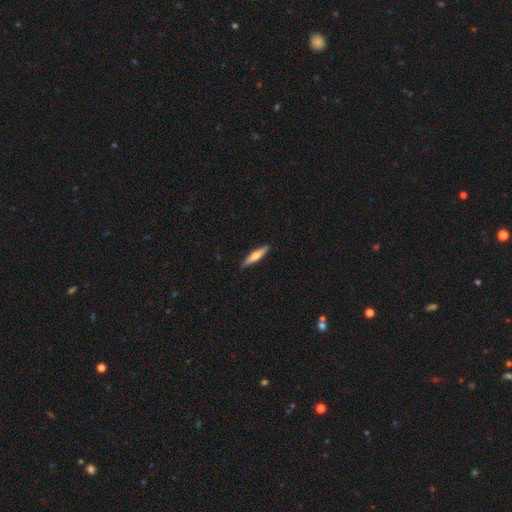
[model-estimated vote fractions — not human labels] Smooth or featured?
  - smooth: 52% *
  - featured or disk: 43%
  - star or artifact: 5%
How rounded?
  - cigar-shaped: 84% *
  - in between: 14%
  - round: 2%
Merging?
  - none: 89% *
  - minor disturbance: 8%
  - major disturbance: 2%
  - merger: 1%